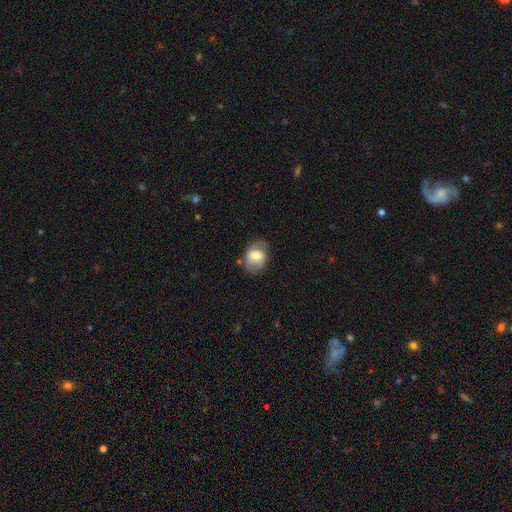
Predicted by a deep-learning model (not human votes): smooth 54%, featured or disk 38%, star or artifact 8%. Down the decision tree: how rounded — in between (64%); merging — none (61%).